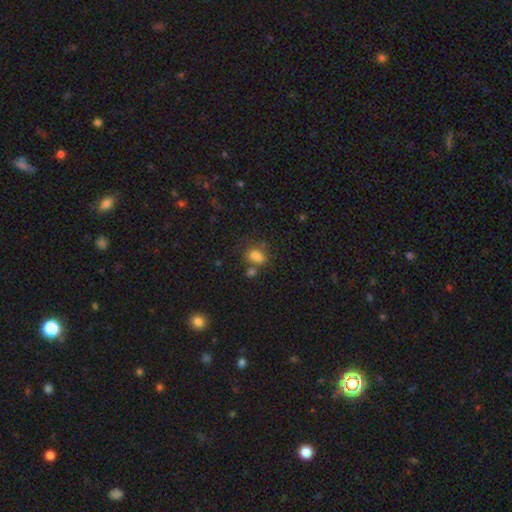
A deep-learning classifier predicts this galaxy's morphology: This appears to be a smooth galaxy with no disk features (68%) that is in between round and cigar-shaped (56%). Merging: merger (49%).